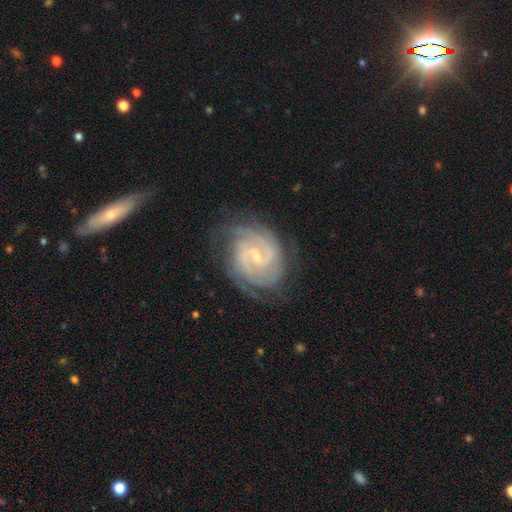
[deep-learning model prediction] smooth_or_featured: featured or disk (p=0.89) [alt: star or artifact p=0.05]
disk_edge_on: no (p=0.98) [alt: yes p=0.02]
bar: weak (p=0.55) [alt: no p=0.24]
has_spiral_arms: yes (p=0.98) [alt: no p=0.02]
spiral_winding: tight (p=0.68) [alt: medium p=0.28]
spiral_arm_count: 2 (p=0.50) [alt: 3 p=0.17]
bulge_size: small (p=0.74) [alt: moderate p=0.19]
merging: none (p=0.76) [alt: minor disturbance p=0.16]